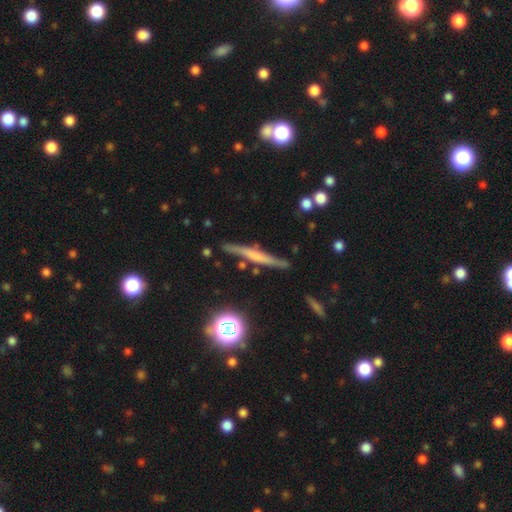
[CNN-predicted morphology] featured or disk 52%, smooth 38%, star or artifact 10%. Down the decision tree: edge-on disk — yes (93%); merging — none (81%).